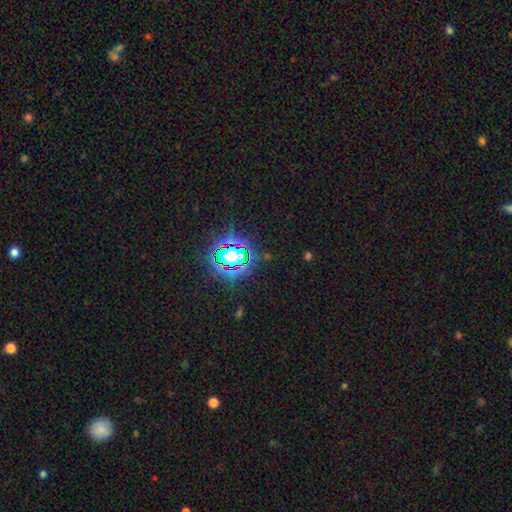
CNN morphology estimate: Overall: star or artifact (76%).